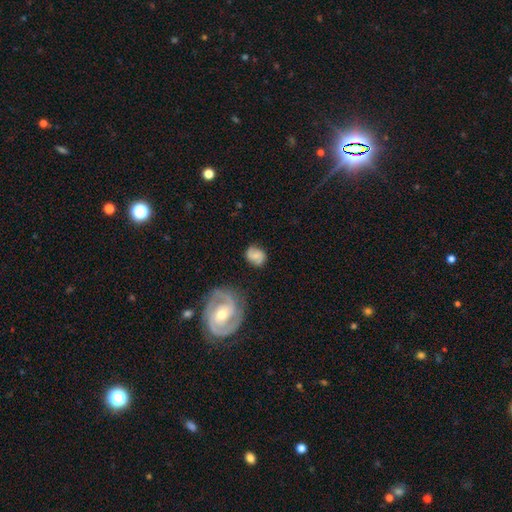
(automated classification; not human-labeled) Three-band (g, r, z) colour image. It shows a featured or disk galaxy (52%) with no bar (47%), spiral arms (88%) and a small central bulge (44%). Merging: none (69%).